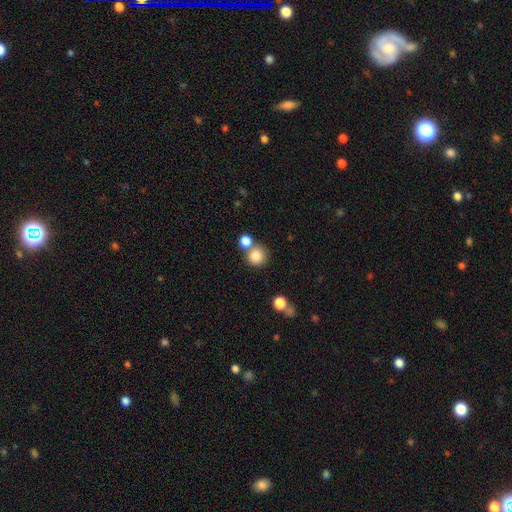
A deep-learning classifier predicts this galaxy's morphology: type=smooth (84%); roundness=round (90%); merging=none (63%).